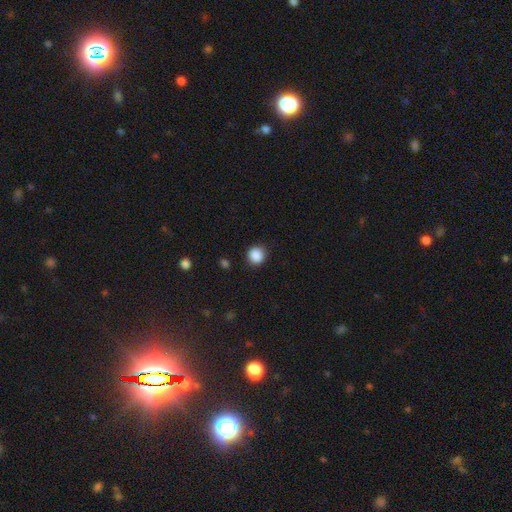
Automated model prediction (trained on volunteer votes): smooth-or-featured: smooth: 87% | star or artifact: 10% | featured or disk: 3%
  how-rounded: round: 91% | in between: 8% | cigar-shaped: 1%
  merging: none: 88% | minor disturbance: 8% | major disturbance: 3% | merger: 1%